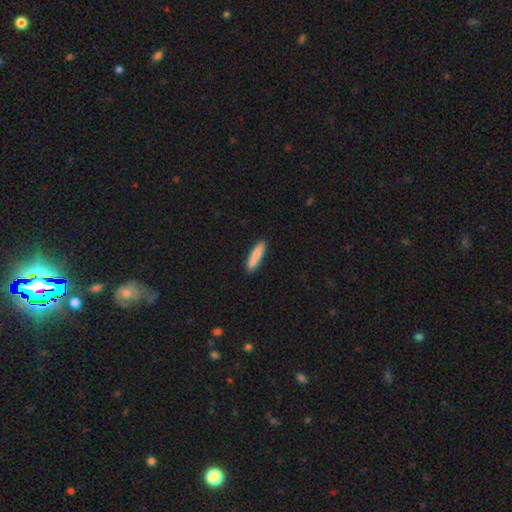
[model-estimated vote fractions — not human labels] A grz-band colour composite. It shows a smooth galaxy with no disk features (87%) that is cigar-shaped (80%). Merging: none (89%).